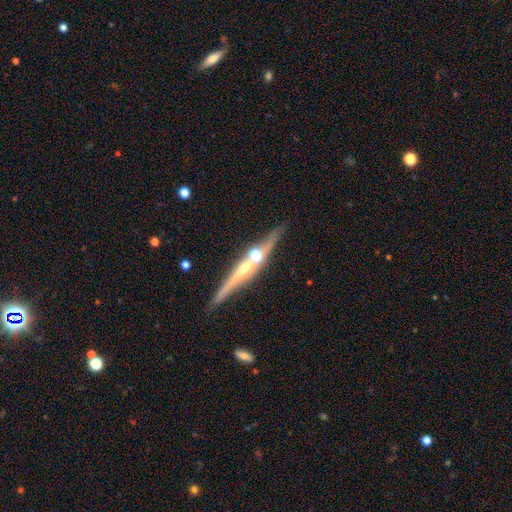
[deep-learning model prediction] Smooth or featured? featured or disk (77%)
Edge-on disk? yes (97%)
Edge-on bulge? rounded (78%)
Merging? none (77%)